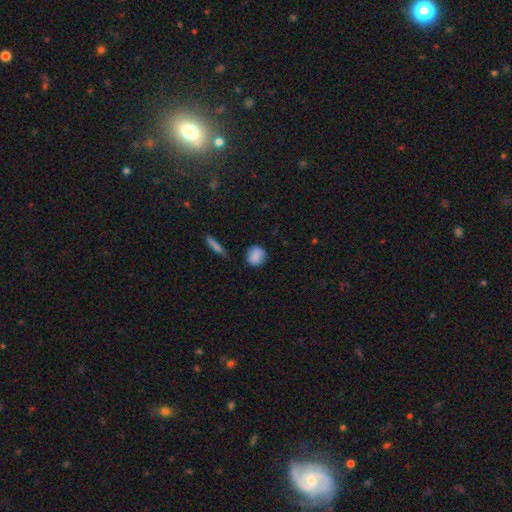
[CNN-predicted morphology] type=smooth (85%); roundness=round (75%); merging=none (78%).